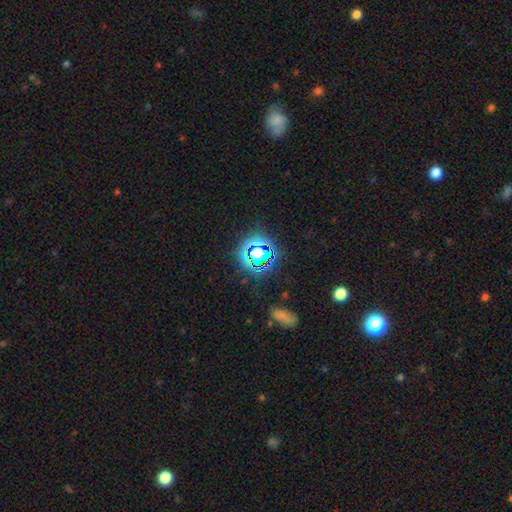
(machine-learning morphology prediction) A star or artifact, not a galaxy (72%).